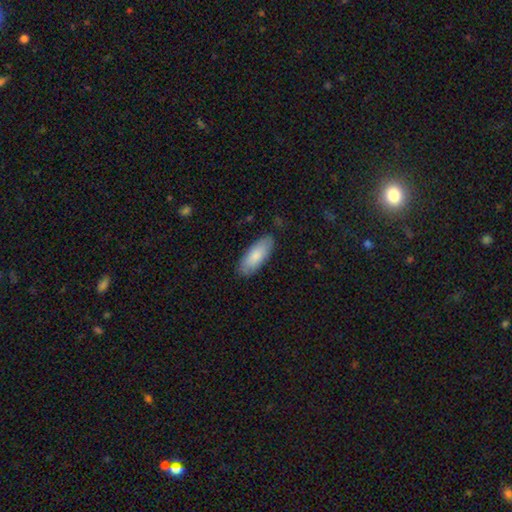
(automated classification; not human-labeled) smooth_or_featured: smooth (p=0.84) [alt: featured or disk p=0.11]
how_rounded: in between (p=0.76) [alt: cigar-shaped p=0.23]
merging: none (p=0.85) [alt: minor disturbance p=0.12]